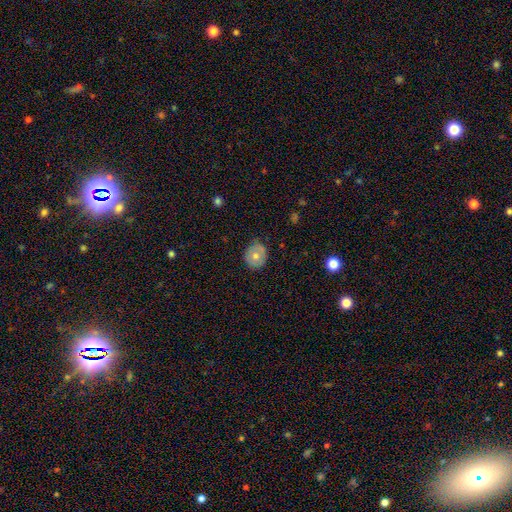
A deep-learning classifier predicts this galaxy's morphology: A smooth galaxy with no disk features (68%) that is round (77%).

Vote fractions:
- Smooth or featured? smooth: 68% / featured or disk: 24% / star or artifact: 9%
- How rounded? round: 77% / in between: 22% / cigar-shaped: 1%
- Merging? none: 76% / minor disturbance: 20% / major disturbance: 3% / merger: 1%